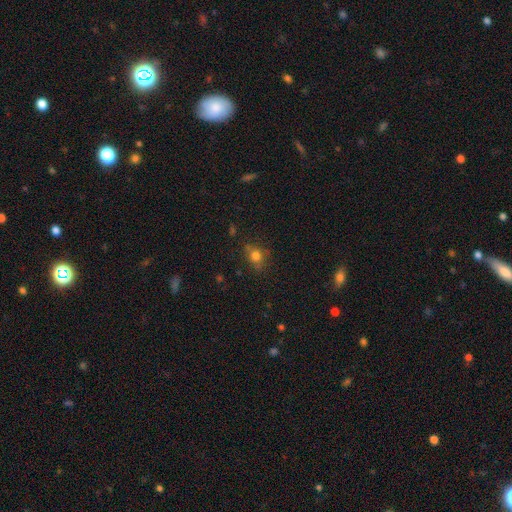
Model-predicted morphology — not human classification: Smooth or featured: smooth — 72% (star or artifact — 16%)
How rounded: round — 62% (in between — 37%)
Merging: none — 67% (minor disturbance — 21%)